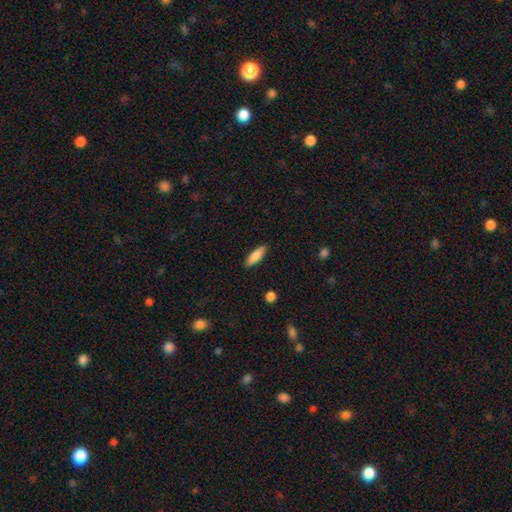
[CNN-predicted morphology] Q: Smooth or featured?
A: smooth (85%); runner-up: featured or disk (9%)
Q: How rounded?
A: cigar-shaped (49%); tied with: in between (49%)
Q: Merging?
A: none (89%); runner-up: minor disturbance (8%)